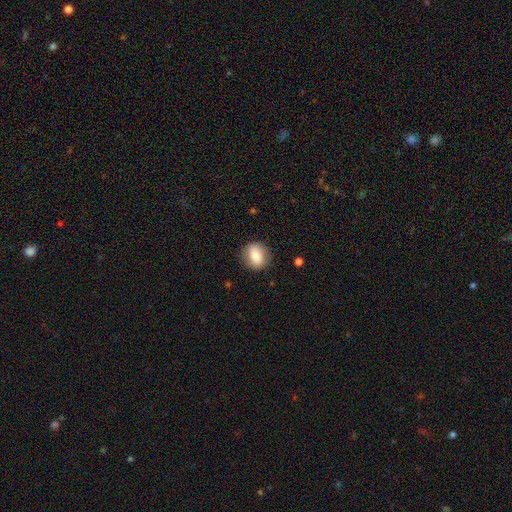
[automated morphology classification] smooth_or_featured: smooth (p=0.78) [alt: featured or disk p=0.14]
how_rounded: round (p=0.73) [alt: in between p=0.26]
merging: none (p=0.85) [alt: minor disturbance p=0.11]